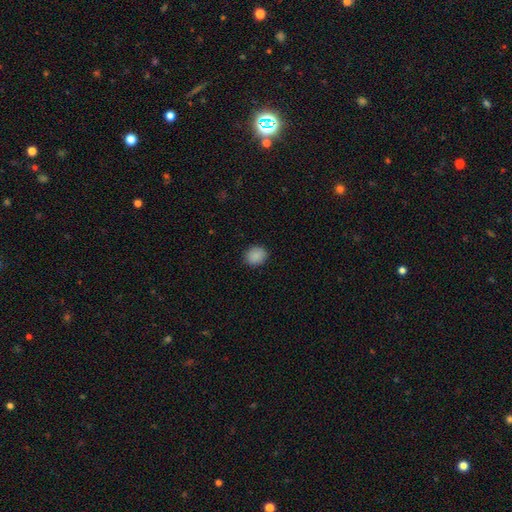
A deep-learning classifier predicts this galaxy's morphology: A smooth galaxy with no disk features (88%) that is round (72%). Merging: none (90%).